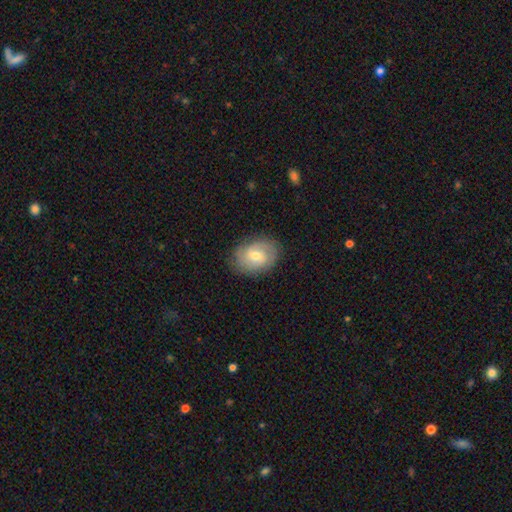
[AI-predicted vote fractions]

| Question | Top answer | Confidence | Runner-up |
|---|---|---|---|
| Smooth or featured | featured or disk | 52% | smooth (40%) |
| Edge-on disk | no | 96% | yes (4%) |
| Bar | no | 49% | weak (44%) |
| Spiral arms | yes | 80% | no (20%) |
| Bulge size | moderate | 55% | small (40%) |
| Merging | none | 80% | minor disturbance (14%) |